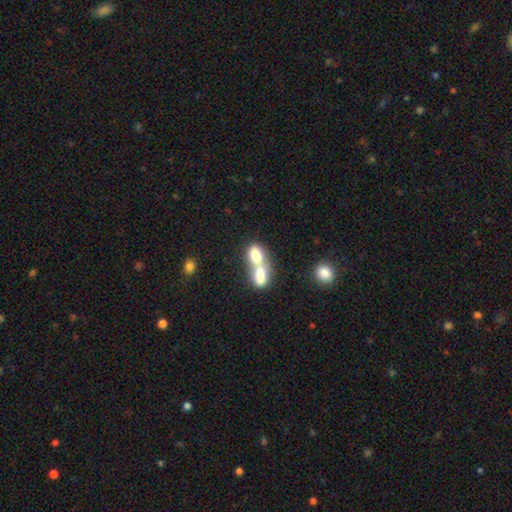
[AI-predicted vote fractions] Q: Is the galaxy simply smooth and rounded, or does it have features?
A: smooth — 75%.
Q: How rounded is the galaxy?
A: in between — 71%.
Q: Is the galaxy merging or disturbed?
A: merger — 78%.